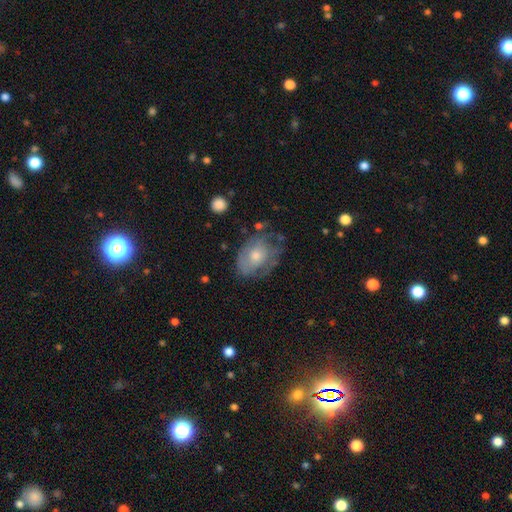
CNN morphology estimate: This is possibly a featured or disk galaxy (53%). It is clearly not viewed edge-on (95%). Bar: clearly no (82%). Spiral arm pattern: possibly yes (55%). Central bulge: possibly moderate (57%). Merging: possibly none (57%).